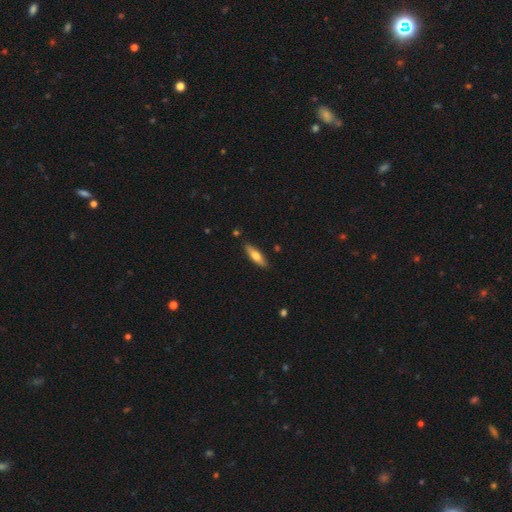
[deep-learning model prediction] smooth-or-featured: smooth: 62% | featured or disk: 32% | star or artifact: 6%
  how-rounded: cigar-shaped: 64% | in between: 35% | round: 2%
  merging: none: 87% | minor disturbance: 10% | major disturbance: 2% | merger: 2%